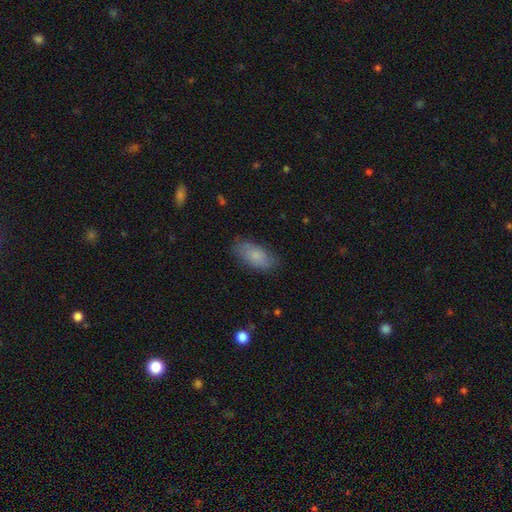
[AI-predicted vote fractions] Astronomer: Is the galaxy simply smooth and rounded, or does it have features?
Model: smooth — 74%.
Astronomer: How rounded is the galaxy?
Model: in between — 91%.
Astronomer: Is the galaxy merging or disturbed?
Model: none — 78%.